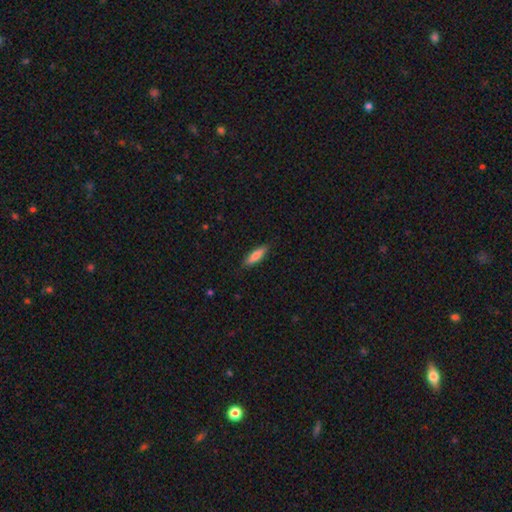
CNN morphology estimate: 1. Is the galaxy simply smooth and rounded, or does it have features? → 77% smooth, 17% featured or disk, 6% star or artifact.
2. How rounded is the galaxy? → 58% cigar-shaped, 40% in between, 2% round.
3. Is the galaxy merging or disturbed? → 87% none, 10% minor disturbance, 2% major disturbance, 1% merger.